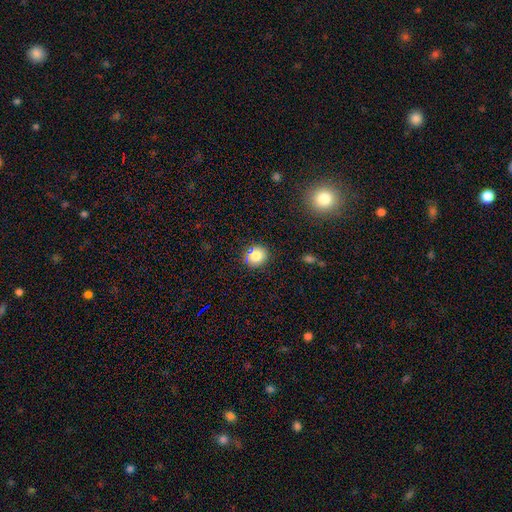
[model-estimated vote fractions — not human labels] The model was most divided on "smooth or featured": smooth: 78%, star or artifact: 14%, featured or disk: 8%. More confident: merging — none (85%); how rounded — round (83%).